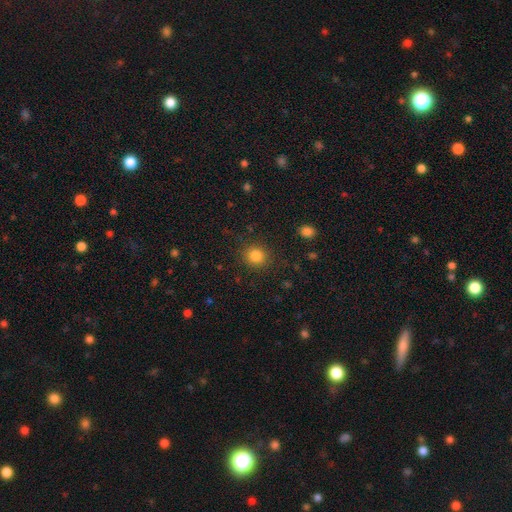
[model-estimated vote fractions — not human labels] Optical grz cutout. It shows a smooth galaxy with no disk features (83%) that is round (85%). Merging: none (88%).